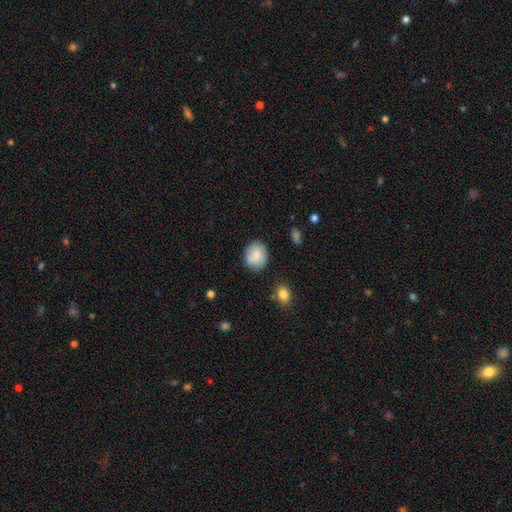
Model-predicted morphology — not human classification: smooth_or_featured: smooth (p=0.83) [alt: featured or disk p=0.11]
how_rounded: round (p=0.62) [alt: in between p=0.37]
merging: none (p=0.78) [alt: minor disturbance p=0.16]